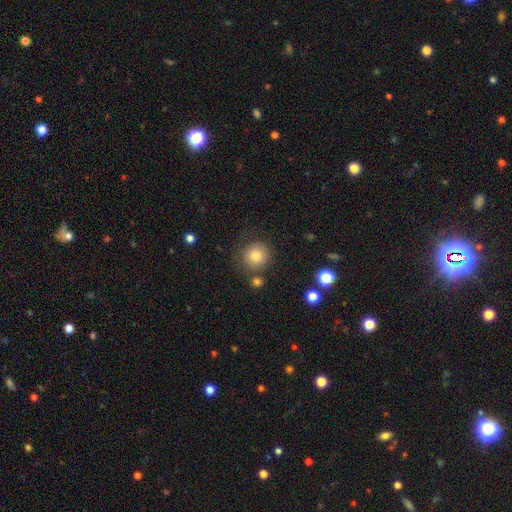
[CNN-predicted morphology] type=smooth (80%); roundness=round (91%); merging=none (78%).